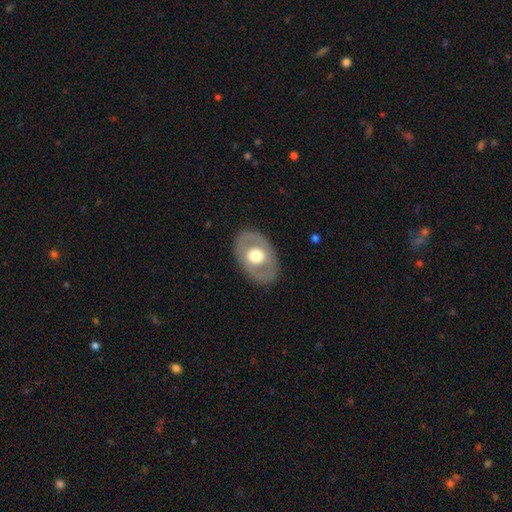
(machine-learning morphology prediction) smooth_or_featured: featured or disk (p=0.51) [alt: smooth p=0.44]
disk_edge_on: no (p=0.90) [alt: yes p=0.10]
merging: none (p=0.84) [alt: minor disturbance p=0.11]